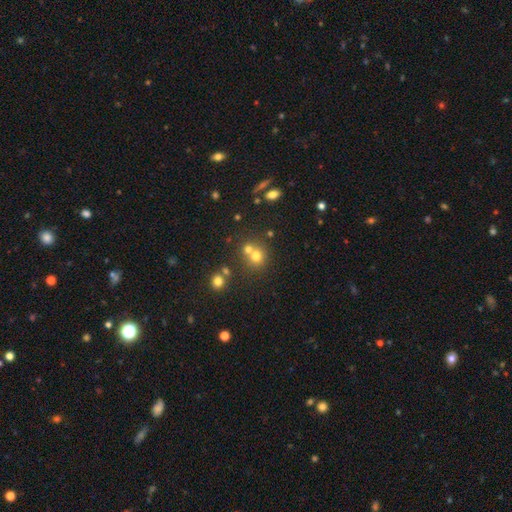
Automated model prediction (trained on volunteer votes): Overall: smooth (70%). How rounded: round (83%). Merging: none (49%; merger 41%).